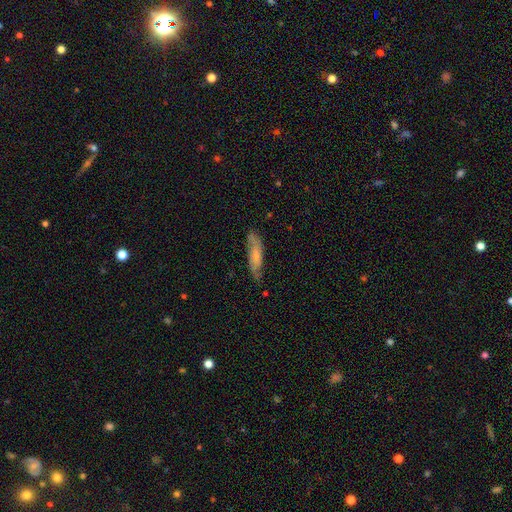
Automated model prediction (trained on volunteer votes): A smooth galaxy with no disk features (50%) that is cigar-shaped (64%).

Vote fractions:
- Smooth or featured? smooth: 50% / featured or disk: 44% / star or artifact: 6%
- How rounded? cigar-shaped: 64% / in between: 34% / round: 2%
- Merging? none: 71% / minor disturbance: 22% / major disturbance: 5% / merger: 2%